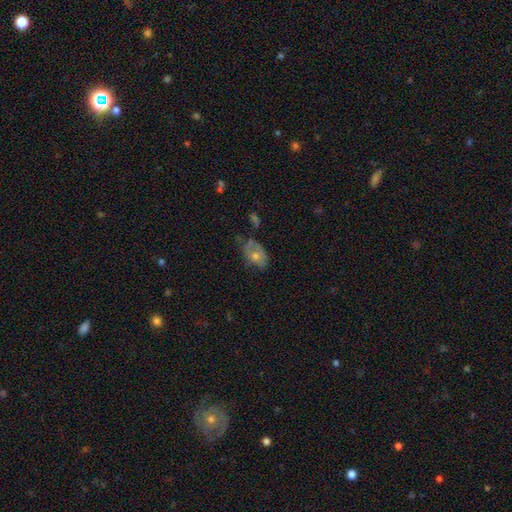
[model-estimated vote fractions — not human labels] A featured or disk galaxy (48%).

Vote fractions:
- Smooth or featured? featured or disk: 48% / smooth: 40% / star or artifact: 11%
- Merging? none: 51% / minor disturbance: 30% / major disturbance: 15% / merger: 4%